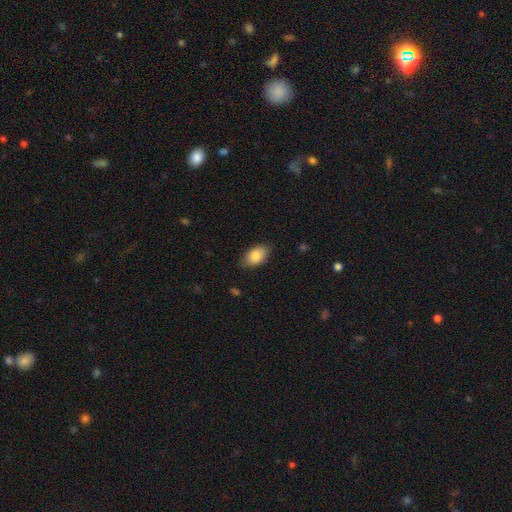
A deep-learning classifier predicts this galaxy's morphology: Smooth or featured: smooth — 86% (featured or disk — 7%)
How rounded: in between — 90% (round — 9%)
Merging: none — 82% (minor disturbance — 15%)